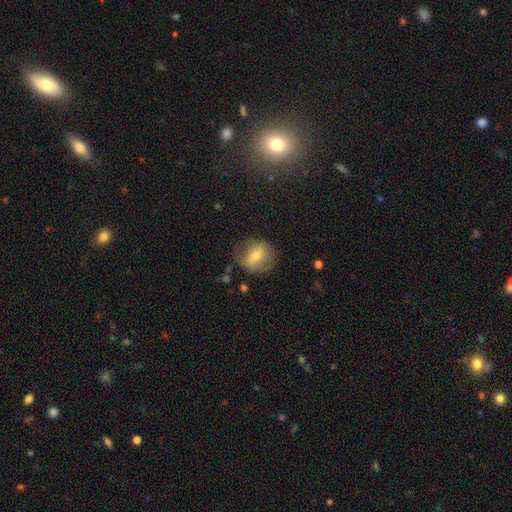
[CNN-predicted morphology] smooth-or-featured: smooth: 57% | featured or disk: 35% | star or artifact: 8%
  how-rounded: round: 67% | in between: 32% | cigar-shaped: 2%
  merging: none: 68% | minor disturbance: 21% | major disturbance: 10% | merger: 2%